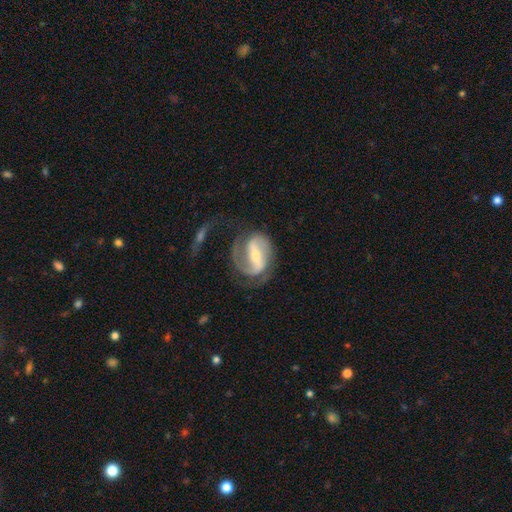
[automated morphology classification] Smooth or featured: featured or disk — 86% (smooth — 9%)
Edge-on disk: no — 97% (yes — 3%)
Bar: strong — 64% (weak — 27%)
Spiral arms: yes — 94% (no — 6%)
Spiral winding: medium — 48% (tight — 27%)
Spiral arm count: 2 — 80% (1 — 11%)
Bulge size: small — 47% (moderate — 45%)
Merging: none — 57% (major disturbance — 22%)